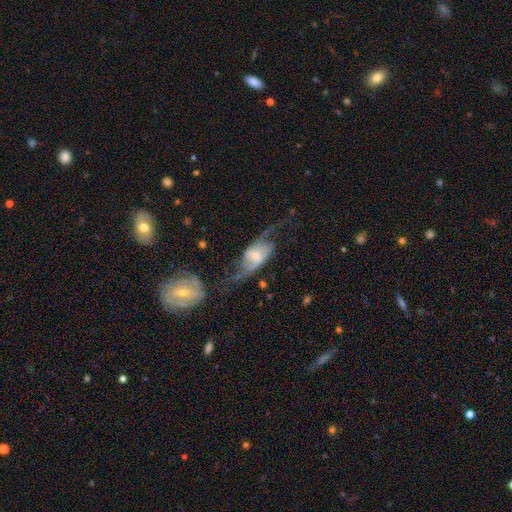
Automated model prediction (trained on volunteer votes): This is likely a featured or disk galaxy (76%). It is clearly not viewed edge-on (89%). Bar: possibly no (45%). Spiral arm pattern: clearly yes (89%). Spiral arm count: clearly 2 (88%). Spiral winding: likely loose (67%). Central bulge: possibly small (49%). Merging: possibly none (46%).